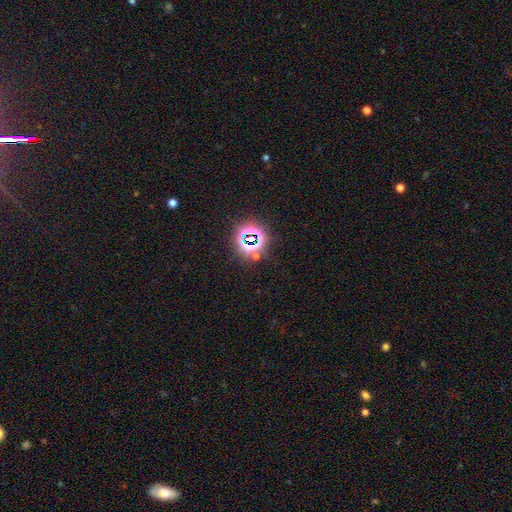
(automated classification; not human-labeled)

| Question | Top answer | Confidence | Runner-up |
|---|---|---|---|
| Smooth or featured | star or artifact | 77% | smooth (15%) |